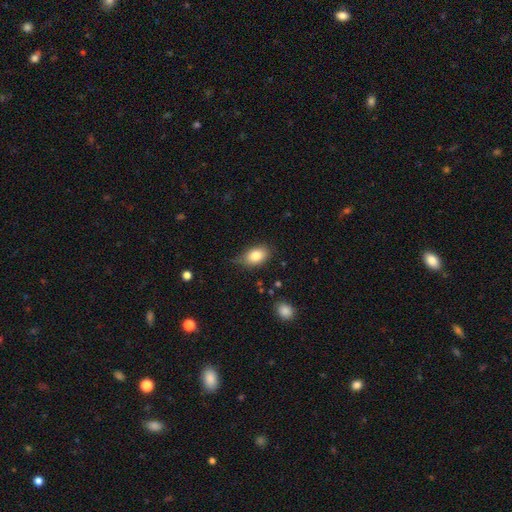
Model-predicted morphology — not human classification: type=smooth (82%); roundness=in between (86%); merging=none (68%).